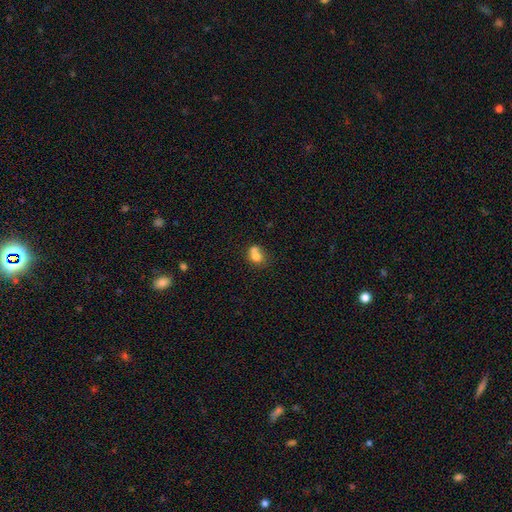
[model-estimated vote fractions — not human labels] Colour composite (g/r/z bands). It shows a smooth galaxy with no disk features (72%) that is round (64%). Merging: merger (59%).